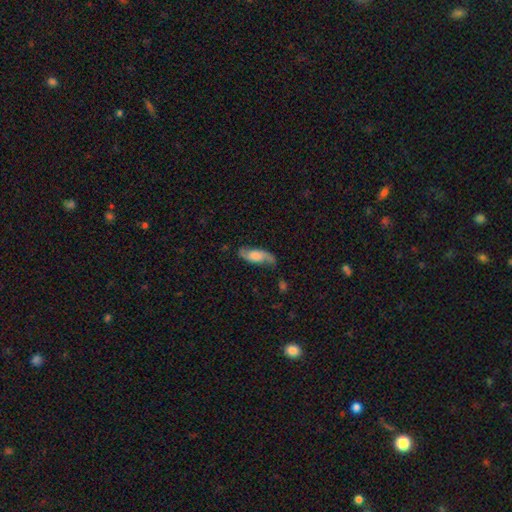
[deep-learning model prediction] A featured or disk galaxy (62%) with no bar (63%), spiral arms (92%) and a moderate central bulge (33%). Merging: none (71%).